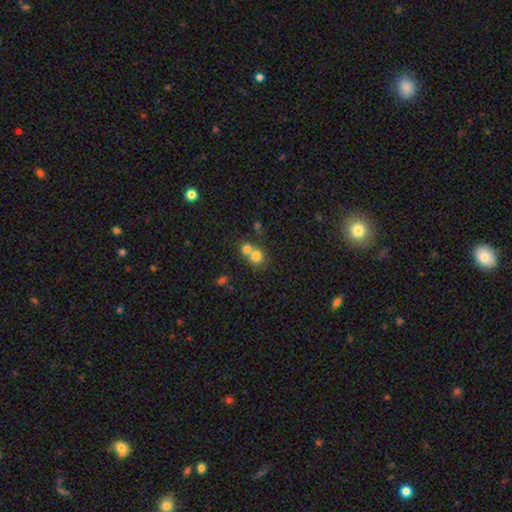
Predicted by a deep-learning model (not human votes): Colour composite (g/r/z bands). It shows a smooth galaxy with no disk features (75%) that is round (82%). Merging: merger (58%).